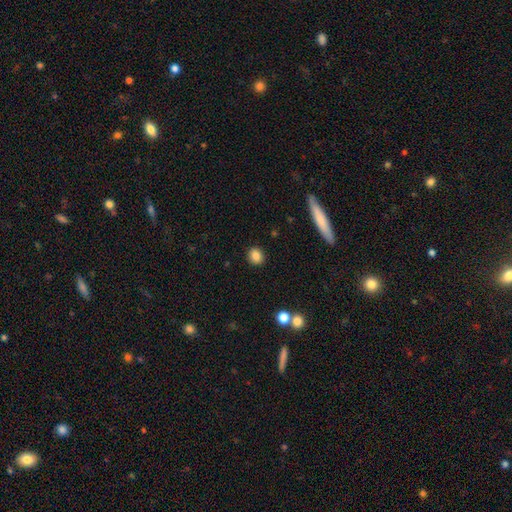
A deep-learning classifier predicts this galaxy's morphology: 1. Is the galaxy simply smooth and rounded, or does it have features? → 85% smooth, 10% star or artifact, 5% featured or disk.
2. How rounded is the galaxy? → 75% round, 23% in between, 2% cigar-shaped.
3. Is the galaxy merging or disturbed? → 90% none, 6% minor disturbance, 2% major disturbance, 2% merger.